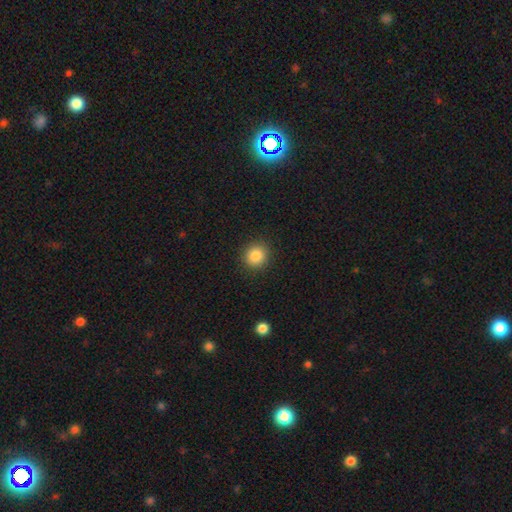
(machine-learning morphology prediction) Q: Smooth or featured?
A: smooth (86%); runner-up: star or artifact (10%)
Q: How rounded?
A: round (90%); runner-up: in between (9%)
Q: Merging?
A: none (91%); runner-up: minor disturbance (6%)